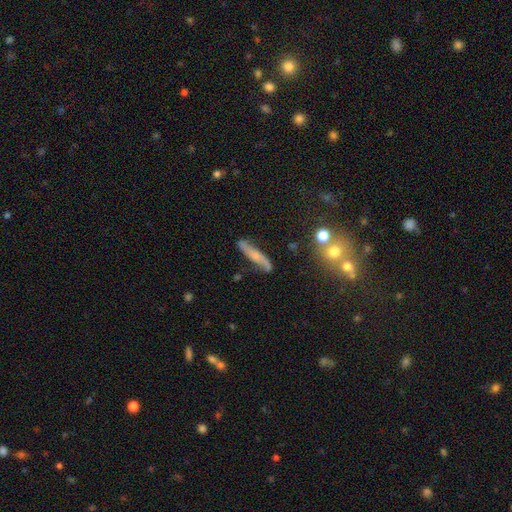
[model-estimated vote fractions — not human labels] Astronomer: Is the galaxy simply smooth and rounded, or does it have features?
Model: featured or disk — 53% (runner-up: smooth, 39%).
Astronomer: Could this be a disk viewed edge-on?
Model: yes — 53% (runner-up: no, 47%).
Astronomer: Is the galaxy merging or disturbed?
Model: none — 77%.